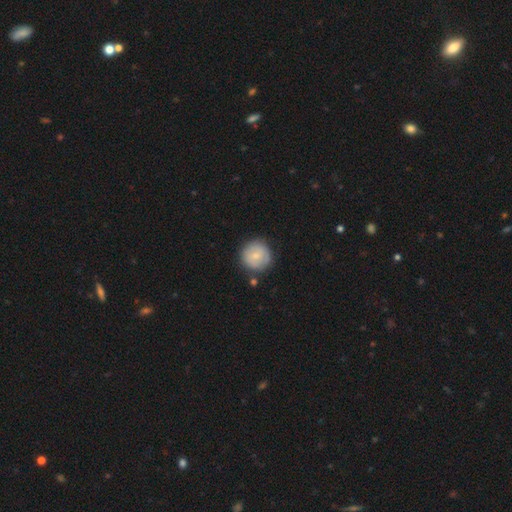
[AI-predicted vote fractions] The model was most divided on "smooth or featured": smooth: 67%, featured or disk: 27%, star or artifact: 7%. More confident: how rounded — round (94%); merging — none (79%).